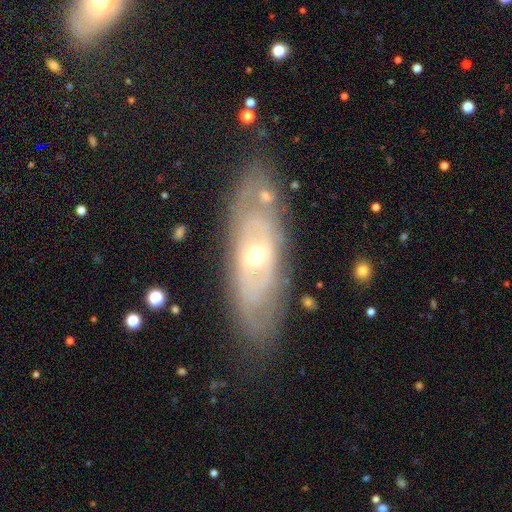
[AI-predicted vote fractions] smooth-or-featured: featured or disk: 73% | smooth: 20% | star or artifact: 7%
  disk-edge-on: no: 82% | yes: 18%
    bar: no: 76% | weak: 18% | strong: 5%
    has-spiral-arms: yes: 62% | no: 38%
    bulge-size: small: 49% | moderate: 47% | large: 2% | none: 1% | dominant: 1%
  merging: none: 78% | minor disturbance: 14% | major disturbance: 5% | merger: 3%